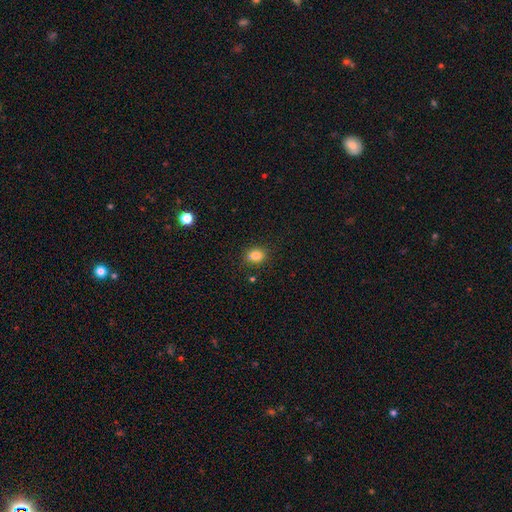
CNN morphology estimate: Q: Smooth or featured?
A: smooth (82%); runner-up: star or artifact (12%)
Q: How rounded?
A: round (63%); runner-up: in between (36%)
Q: Merging?
A: none (85%); runner-up: minor disturbance (10%)